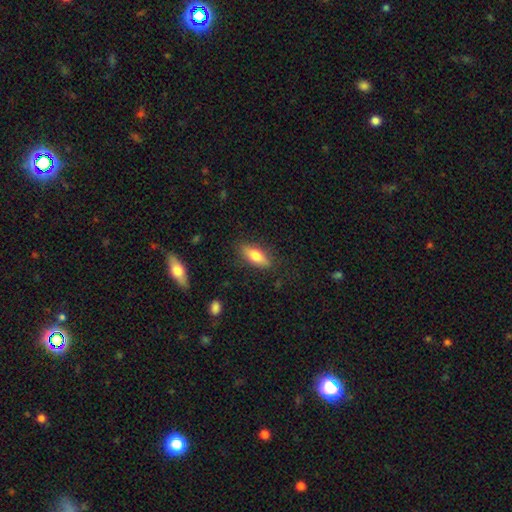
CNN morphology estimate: This is likely a smooth galaxy (72%). How rounded: likely in between (67%). Merging: clearly none (84%).